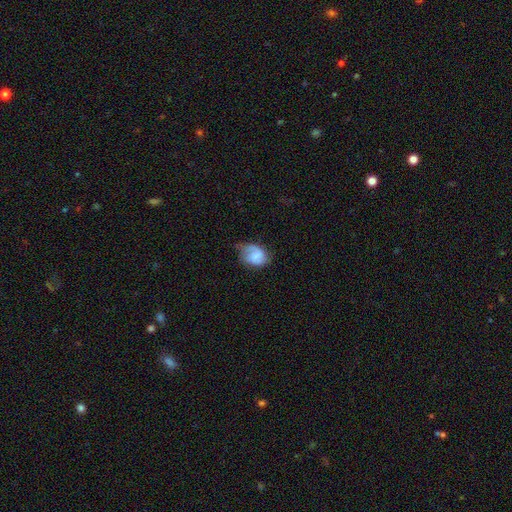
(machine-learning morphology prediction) Overall: smooth (54%; featured or disk 38%). How rounded: in between (59%; round 40%). Merging: none (43%; minor disturbance 36%).